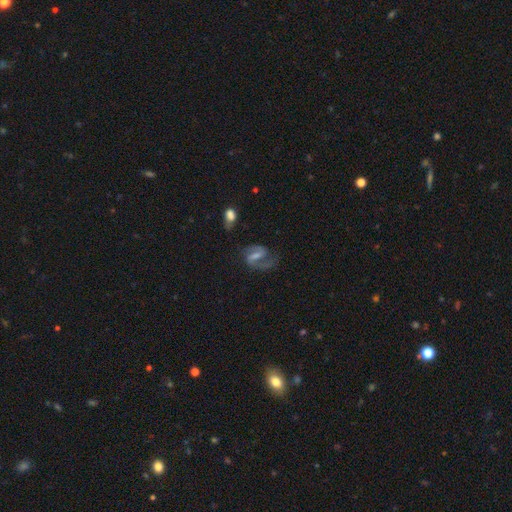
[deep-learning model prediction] A featured or disk galaxy (81%) with a strong bar (49%), 2 (84%) medium (52%) spiral arms (93%) and a small central bulge (34%). Merging: none (63%).